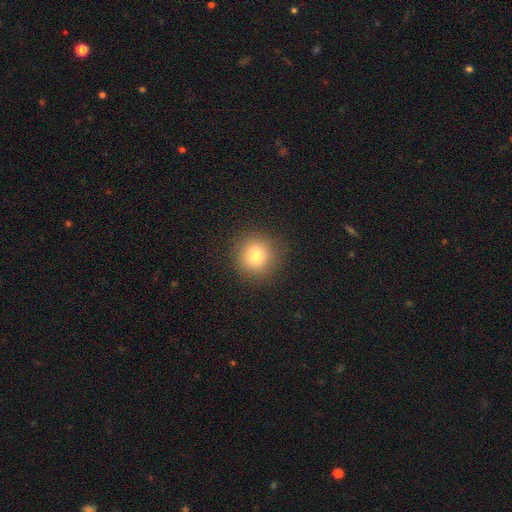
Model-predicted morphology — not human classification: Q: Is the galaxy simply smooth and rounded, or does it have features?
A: smooth — 79%.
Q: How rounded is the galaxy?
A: round — 93%.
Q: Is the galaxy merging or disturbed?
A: none — 90%.